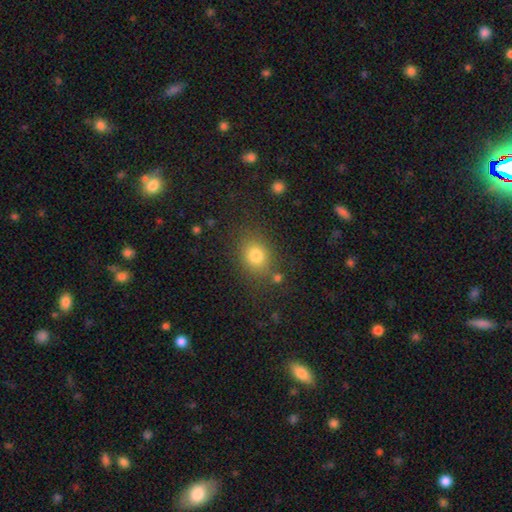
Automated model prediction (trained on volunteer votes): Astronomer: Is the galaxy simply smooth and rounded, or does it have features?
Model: smooth — 79%.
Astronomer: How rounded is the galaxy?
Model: round — 56% (runner-up: in between, 43%).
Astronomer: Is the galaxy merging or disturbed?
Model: none — 78%.